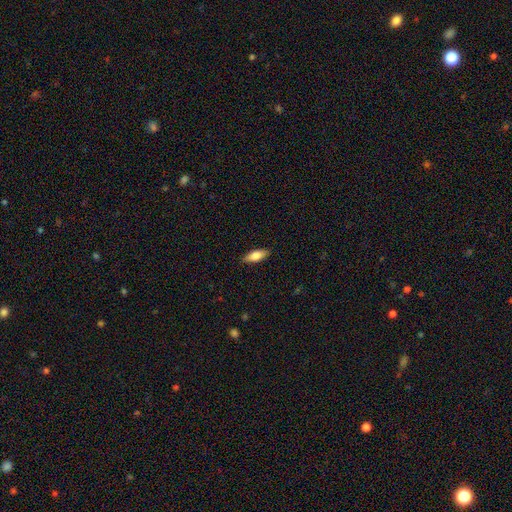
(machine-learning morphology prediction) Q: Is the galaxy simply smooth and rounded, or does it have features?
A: smooth — 77%.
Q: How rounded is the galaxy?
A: in between — 72%.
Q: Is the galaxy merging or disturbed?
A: none — 88%.